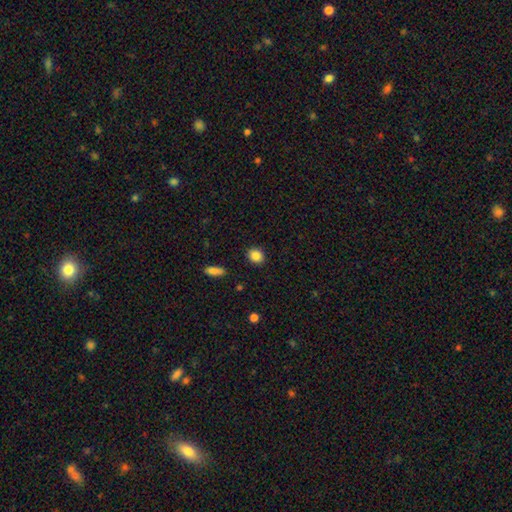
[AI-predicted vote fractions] Smooth or featured: smooth — 86% (star or artifact — 9%)
How rounded: round — 68% (in between — 31%)
Merging: none — 89% (minor disturbance — 7%)